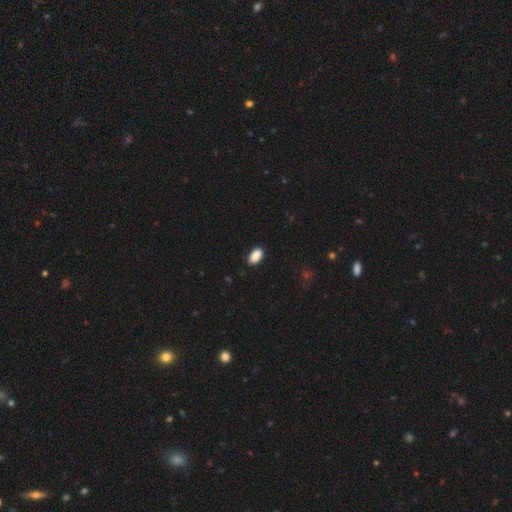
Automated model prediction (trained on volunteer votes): This appears to be a smooth galaxy with no disk features (89%) that is in between round and cigar-shaped (93%). Merging: none (86%).